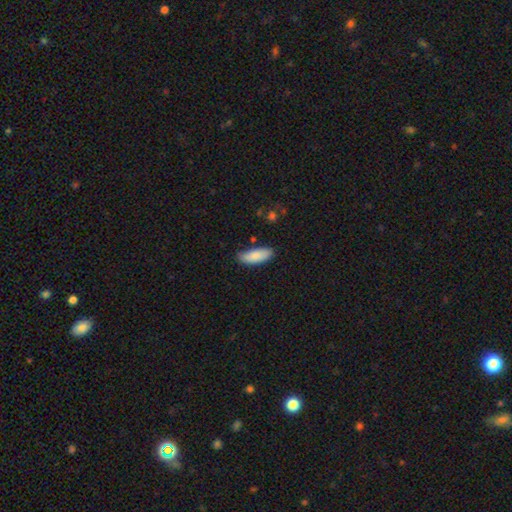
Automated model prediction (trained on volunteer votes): Smooth or featured? smooth (87%)
How rounded? in between (77%)
Merging? none (79%)